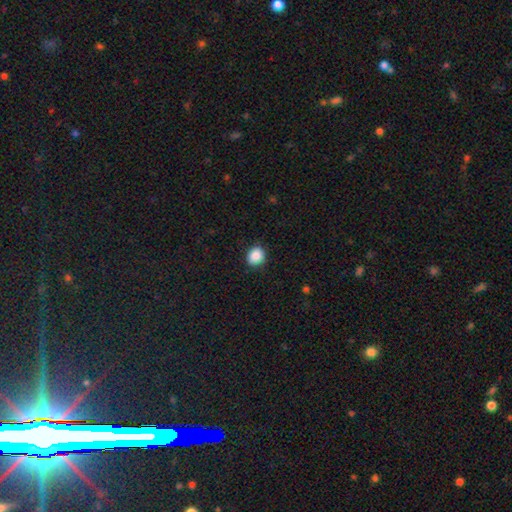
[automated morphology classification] Smooth or featured: smooth — 88% (star or artifact — 9%)
How rounded: round — 70% (in between — 29%)
Merging: none — 87% (minor disturbance — 10%)